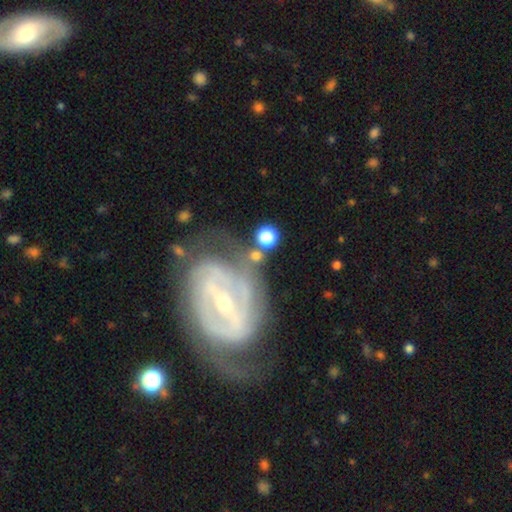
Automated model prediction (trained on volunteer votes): Smooth or featured?
  - smooth: 56% *
  - featured or disk: 33%
  - star or artifact: 12%
How rounded?
  - round: 81% *
  - in between: 17%
  - cigar-shaped: 2%
Merging?
  - none: 62% *
  - minor disturbance: 15%
  - merger: 14%
  - major disturbance: 9%